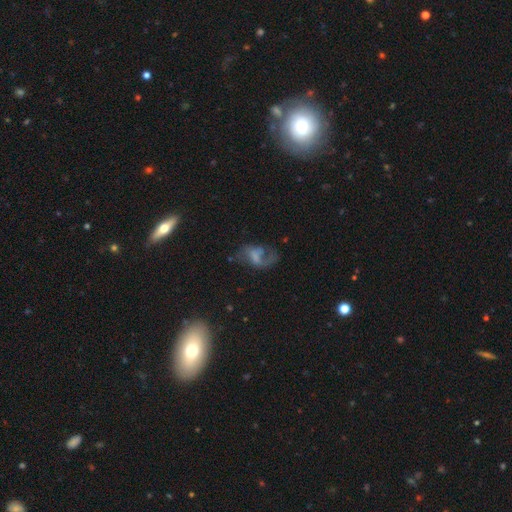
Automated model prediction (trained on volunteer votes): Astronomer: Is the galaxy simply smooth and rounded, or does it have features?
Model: featured or disk — 61%.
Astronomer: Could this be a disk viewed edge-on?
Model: no — 97%.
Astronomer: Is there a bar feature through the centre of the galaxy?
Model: no — 44% (runner-up: weak, 40%).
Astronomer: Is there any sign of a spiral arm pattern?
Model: yes — 73%.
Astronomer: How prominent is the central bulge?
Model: none — 50%.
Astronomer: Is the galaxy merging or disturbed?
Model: none — 41% (runner-up: major disturbance, 33%).